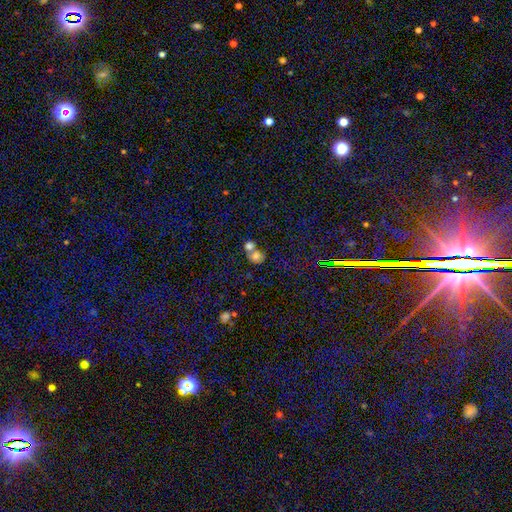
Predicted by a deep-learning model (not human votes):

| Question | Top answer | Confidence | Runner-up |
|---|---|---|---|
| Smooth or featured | smooth | 72% | featured or disk (15%) |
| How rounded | round | 68% | in between (31%) |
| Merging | merger | 60% | none (30%) |